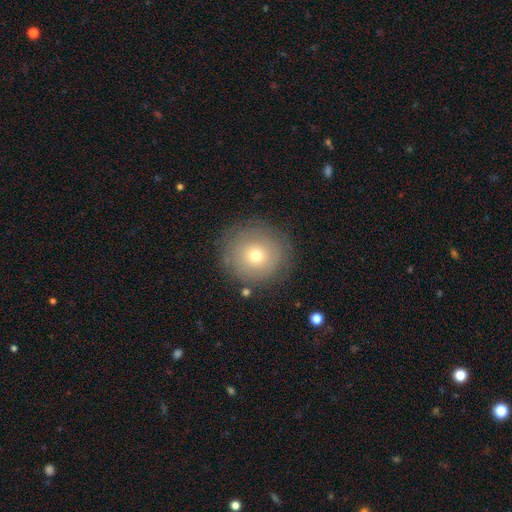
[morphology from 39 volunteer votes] smooth-or-featured: smooth: 64% | featured or disk: 26% | star or artifact: 10%
  how-rounded: round: 96% | in between: 4% | cigar-shaped: 0%
  merging: none: 91% | minor disturbance: 6% | merger: 3% | major disturbance: 0%